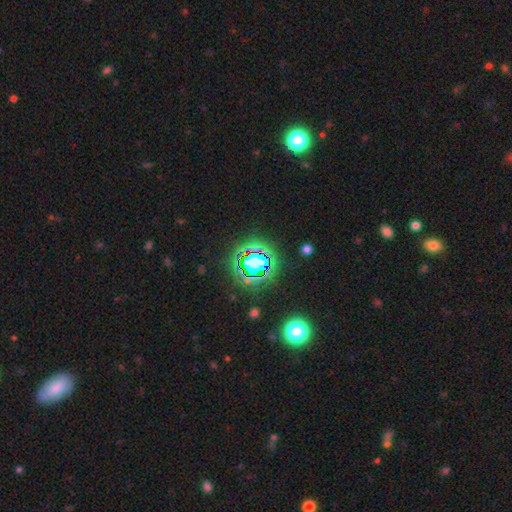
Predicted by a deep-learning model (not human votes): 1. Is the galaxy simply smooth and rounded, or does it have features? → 66% star or artifact, 23% smooth, 11% featured or disk.